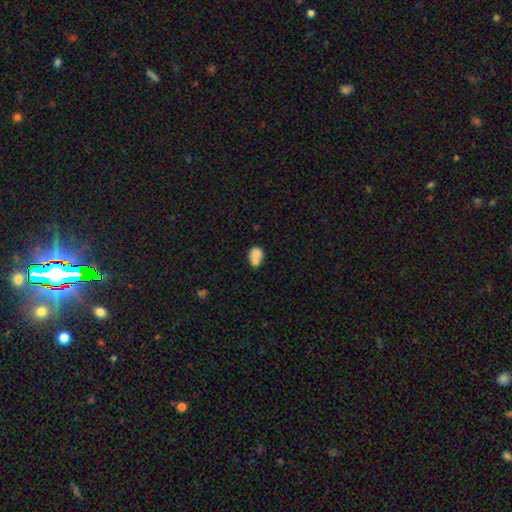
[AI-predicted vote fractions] Morphology: type=smooth (79%); roundness=in between (57%); merging=merger (44%).